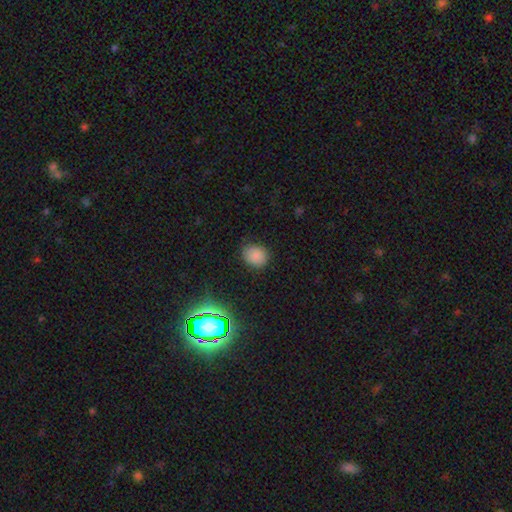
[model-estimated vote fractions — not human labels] Morphology: type=smooth (80%); roundness=round (69%); merging=none (80%).